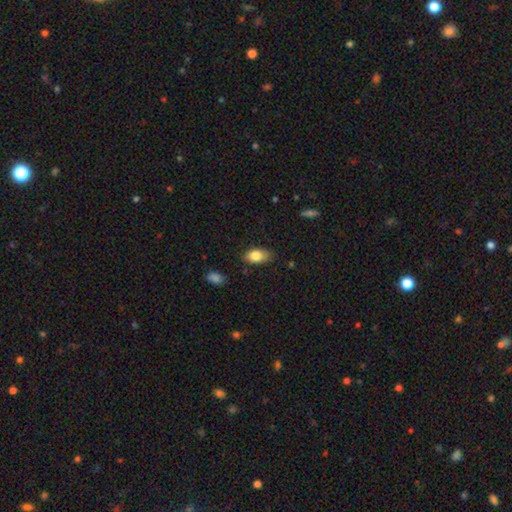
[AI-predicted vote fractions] Smooth or featured: smooth — 82% (featured or disk — 11%)
How rounded: in between — 90% (round — 7%)
Merging: none — 76% (minor disturbance — 19%)